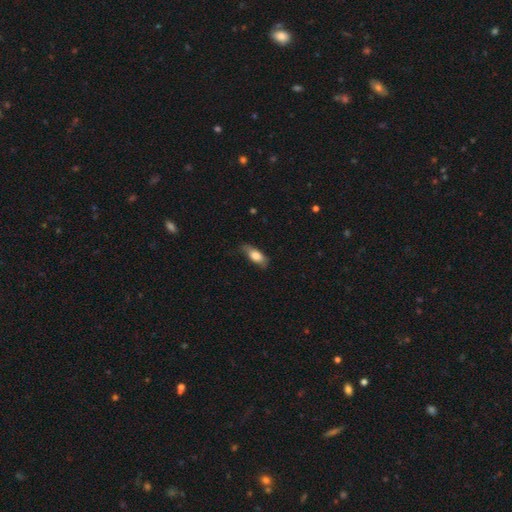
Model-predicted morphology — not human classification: smooth 75%, featured or disk 18%, star or artifact 7%. Down the decision tree: how rounded — in between (78%); merging — none (59%).